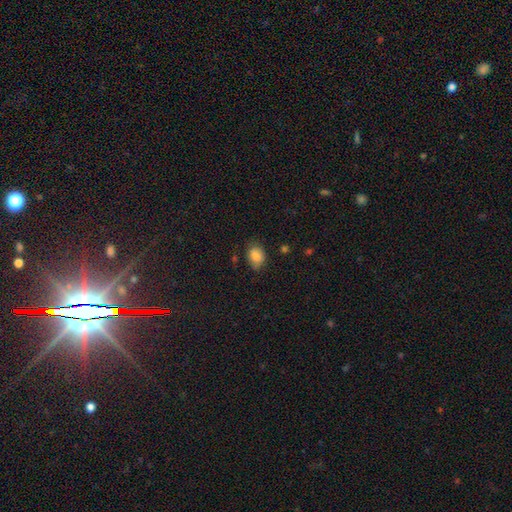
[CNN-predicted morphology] Smooth or featured?
  - smooth: 83% *
  - star or artifact: 9%
  - featured or disk: 8%
How rounded?
  - in between: 71% *
  - round: 28%
  - cigar-shaped: 1%
Merging?
  - none: 71% *
  - minor disturbance: 23%
  - major disturbance: 5%
  - merger: 2%